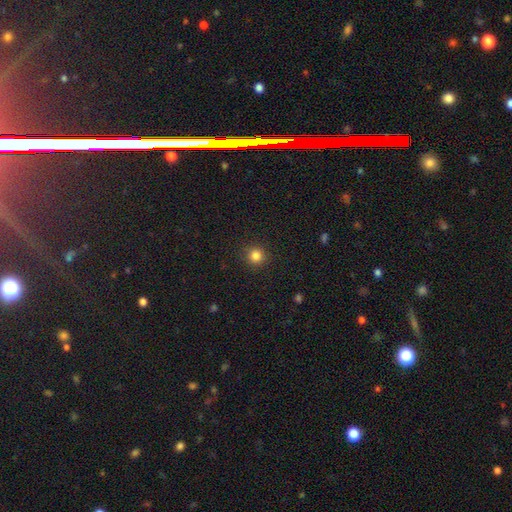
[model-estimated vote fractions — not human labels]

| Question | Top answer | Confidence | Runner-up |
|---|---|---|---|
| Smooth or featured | smooth | 84% | star or artifact (12%) |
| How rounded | round | 94% | in between (5%) |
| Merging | none | 91% | minor disturbance (6%) |